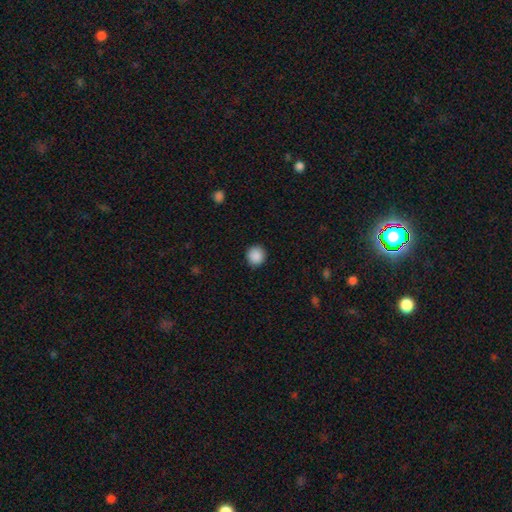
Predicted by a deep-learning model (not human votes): This is clearly a smooth galaxy (89%). How rounded: clearly round (91%). Merging: clearly none (91%).